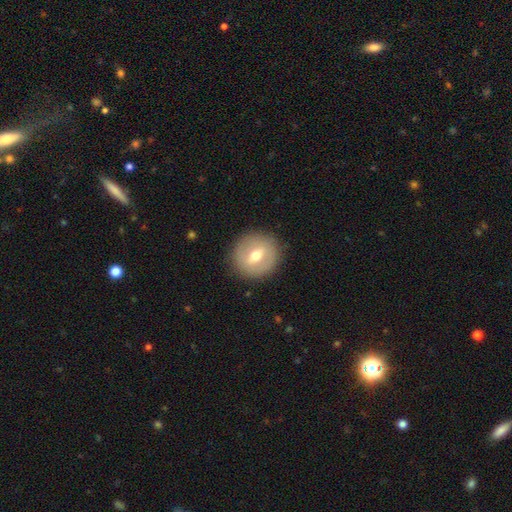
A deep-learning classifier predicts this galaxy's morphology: smooth-or-featured: featured or disk: 48% | smooth: 45% | star or artifact: 7%
  merging: none: 87% | minor disturbance: 8% | major disturbance: 3% | merger: 1%